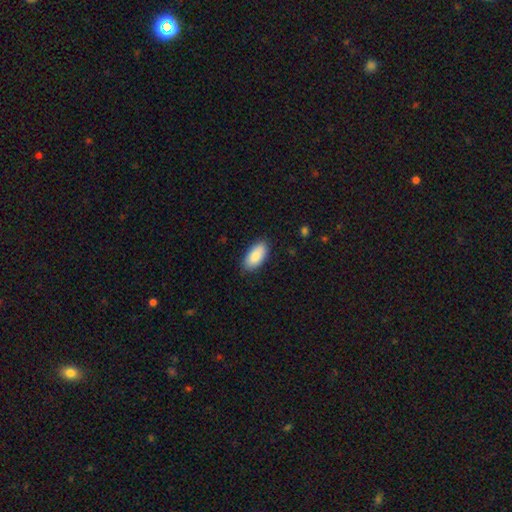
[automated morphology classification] smooth_or_featured: smooth (p=0.88) [alt: featured or disk p=0.06]
how_rounded: in between (p=0.93) [alt: cigar-shaped p=0.05]
merging: none (p=0.86) [alt: minor disturbance p=0.11]